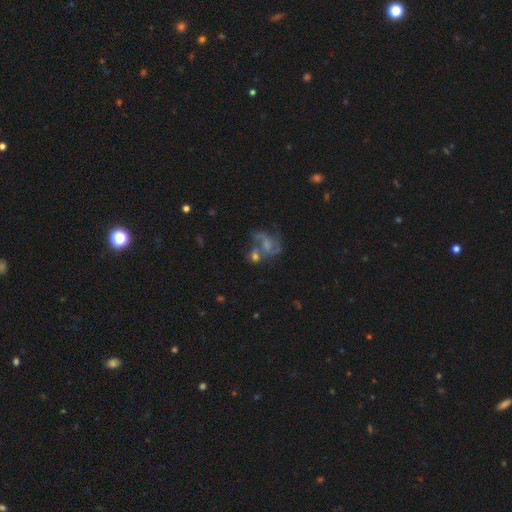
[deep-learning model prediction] Smooth or featured?
  - featured or disk: 67% *
  - smooth: 19%
  - star or artifact: 14%
Edge-on disk?
  - no: 97% *
  - yes: 3%
Bar?
  - no: 56% *
  - weak: 36%
  - strong: 8%
Spiral arms?
  - yes: 85% *
  - no: 15%
Spiral winding?
  - medium: 50% *
  - loose: 34%
  - tight: 17%
Spiral arm count?
  - 2: 63% *
  - can't tell: 15%
  - 3: 9%
  - 1: 6%
  - 4: 3%
  - more than 4: 3%
Bulge size?
  - small: 38% *
  - moderate: 34%
  - none: 19%
  - large: 6%
  - dominant: 2%
Merging?
  - none: 38% *
  - merger: 32%
  - major disturbance: 16%
  - minor disturbance: 14%